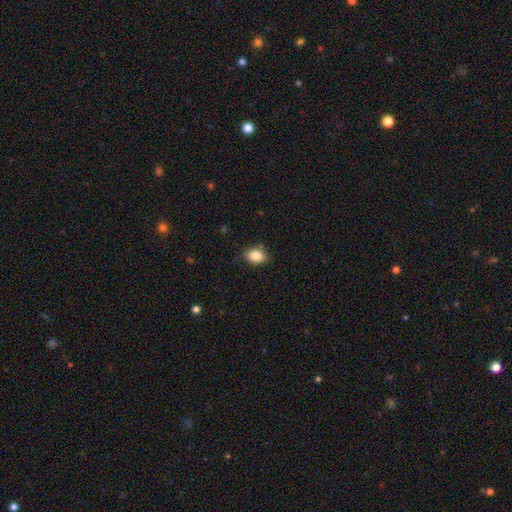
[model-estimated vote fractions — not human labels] This appears to be a smooth galaxy with no disk features (84%) that is in between round and cigar-shaped (69%). Merging: none (77%).